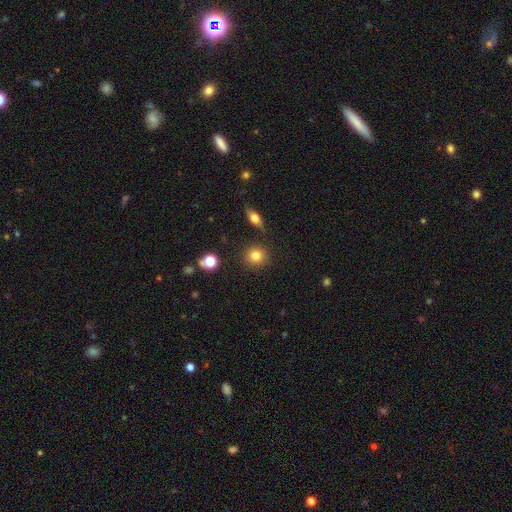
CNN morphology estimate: A smooth galaxy with no disk features (82%) that is round (89%).

Vote fractions:
- Smooth or featured? smooth: 82% / star or artifact: 11% / featured or disk: 7%
- How rounded? round: 89% / in between: 10% / cigar-shaped: 1%
- Merging? none: 87% / minor disturbance: 8% / merger: 3% / major disturbance: 3%